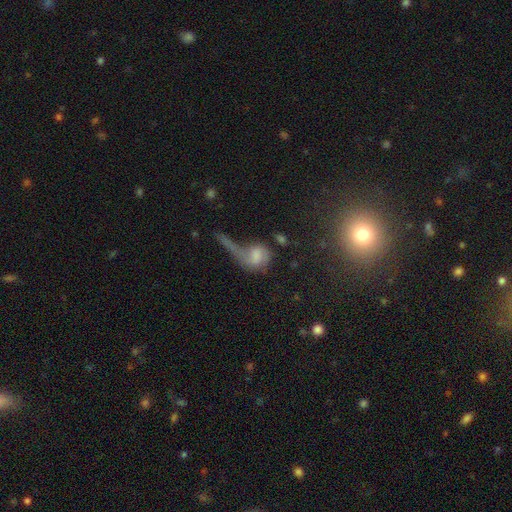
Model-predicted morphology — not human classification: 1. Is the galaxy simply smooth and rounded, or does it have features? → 51% smooth, 39% featured or disk, 11% star or artifact.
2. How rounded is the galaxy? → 52% round, 44% in between, 4% cigar-shaped.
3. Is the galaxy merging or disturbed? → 48% major disturbance, 21% none, 18% merger, 13% minor disturbance.